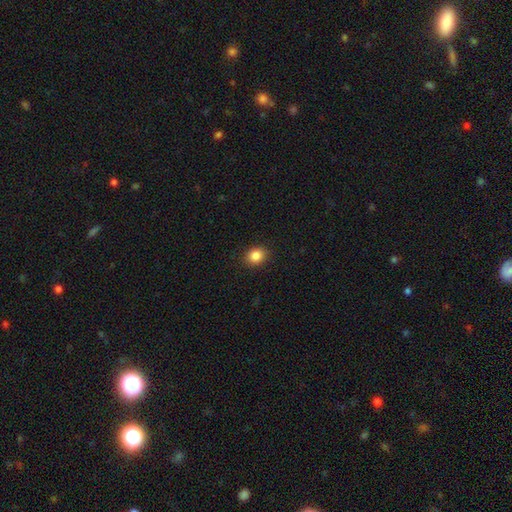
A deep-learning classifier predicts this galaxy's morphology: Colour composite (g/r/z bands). It shows a smooth galaxy with no disk features (86%) that is round (64%). Merging: none (90%).